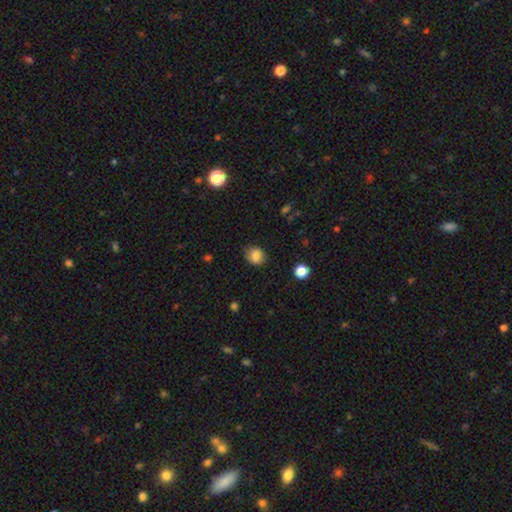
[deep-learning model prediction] This appears to be a smooth galaxy with no disk features (84%) that is round (67%). Merging: none (84%).